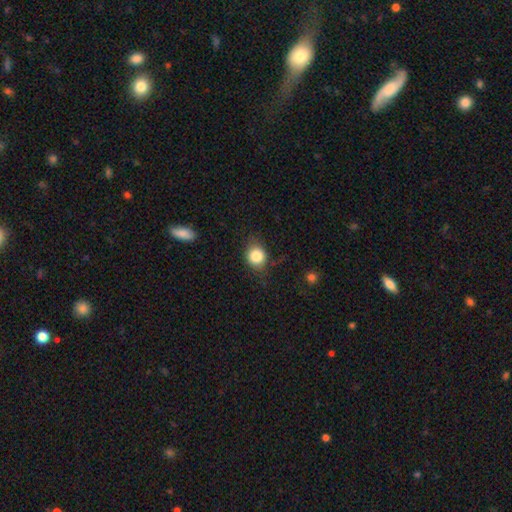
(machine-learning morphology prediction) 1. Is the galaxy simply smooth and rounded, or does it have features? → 83% smooth, 10% star or artifact, 7% featured or disk.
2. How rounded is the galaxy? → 71% round, 28% in between, 1% cigar-shaped.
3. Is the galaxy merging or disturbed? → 72% none, 20% minor disturbance, 6% major disturbance, 2% merger.